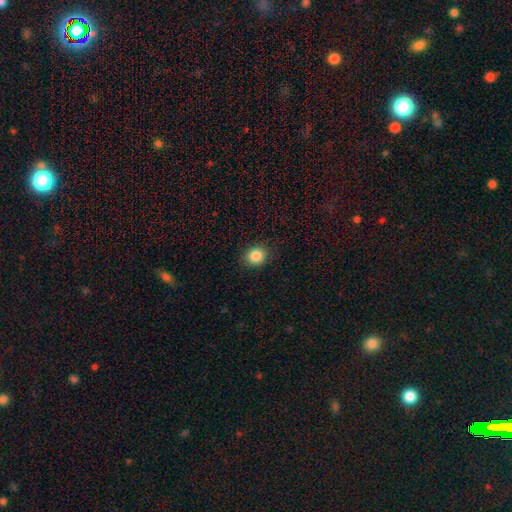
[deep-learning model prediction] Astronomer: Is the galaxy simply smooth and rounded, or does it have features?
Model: smooth — 86%.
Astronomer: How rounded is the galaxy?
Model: round — 78%.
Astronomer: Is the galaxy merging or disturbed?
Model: none — 89%.